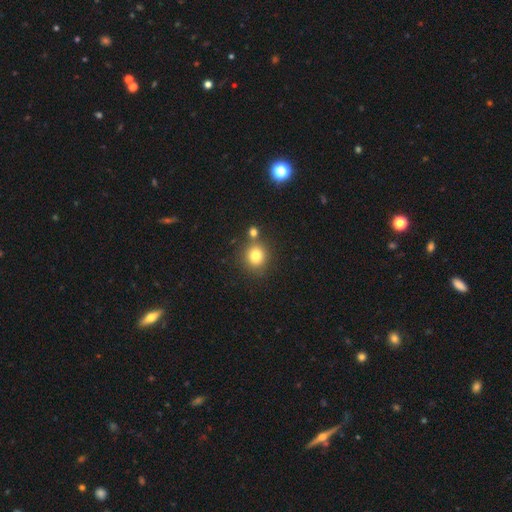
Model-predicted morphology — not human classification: smooth 79%, star or artifact 13%, featured or disk 8%. Down the decision tree: how rounded — round (85%); merging — none (73%).